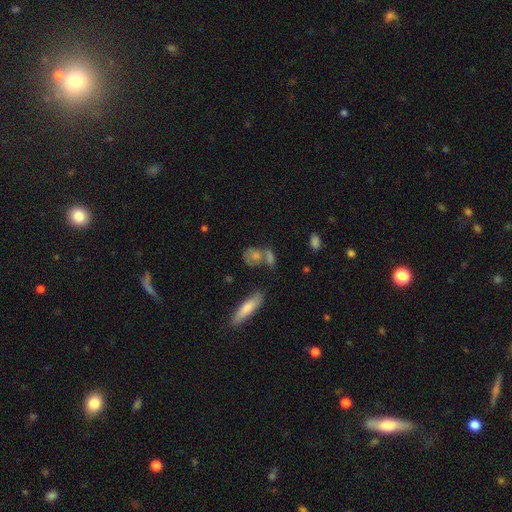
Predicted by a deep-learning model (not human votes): Q: Smooth or featured?
A: smooth (49%); runner-up: featured or disk (34%)
Q: Merging?
A: none (54%); runner-up: merger (23%)